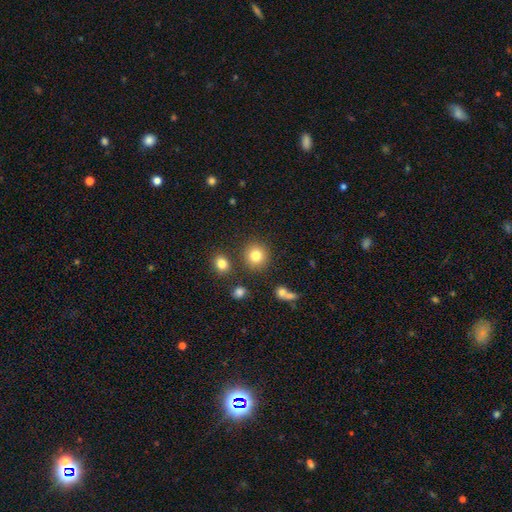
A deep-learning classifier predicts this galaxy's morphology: Overall: smooth (81%). How rounded: round (90%). Merging: none (85%).